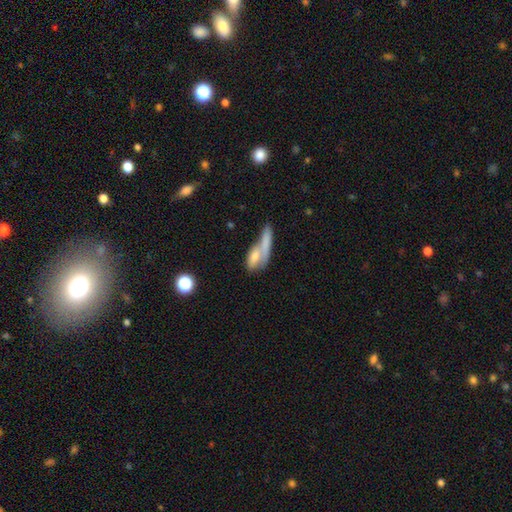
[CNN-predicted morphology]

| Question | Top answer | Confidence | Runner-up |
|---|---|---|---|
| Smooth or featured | smooth | 59% | featured or disk (31%) |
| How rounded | in between | 52% | cigar-shaped (38%) |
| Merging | merger | 49% | none (31%) |